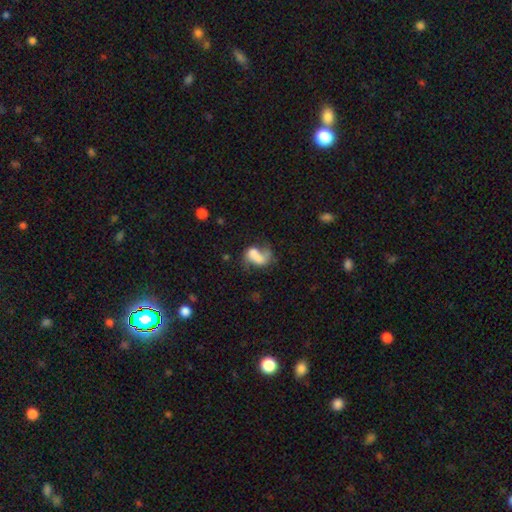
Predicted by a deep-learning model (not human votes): Morphology: type=smooth (51%); roundness=in between (79%); merging=major disturbance (31%).